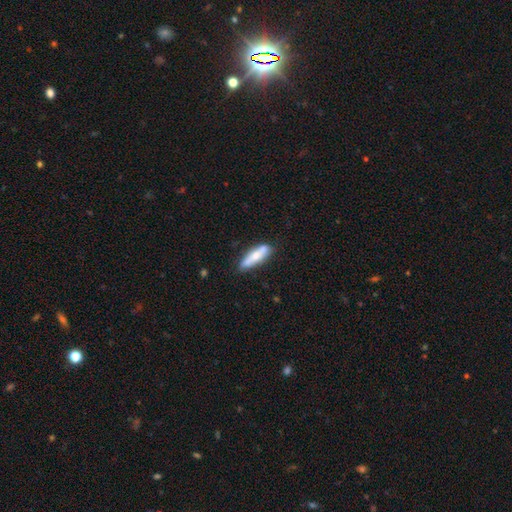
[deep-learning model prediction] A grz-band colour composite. It shows a smooth galaxy with no disk features (67%) that is cigar-shaped (60%). Merging: none (74%).